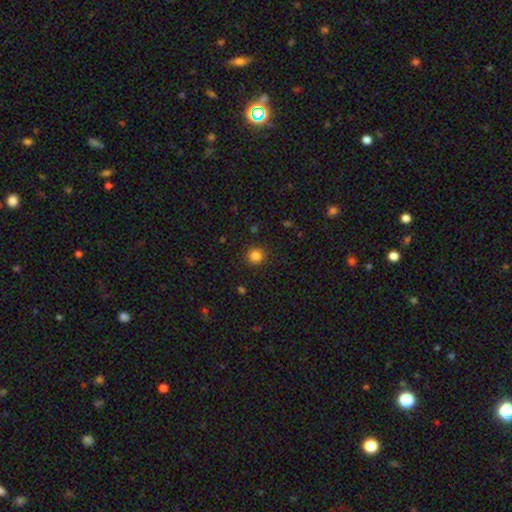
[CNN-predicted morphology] Smooth or featured?
  - smooth: 84% *
  - star or artifact: 12%
  - featured or disk: 4%
How rounded?
  - round: 90% *
  - in between: 9%
  - cigar-shaped: 1%
Merging?
  - none: 89% *
  - minor disturbance: 7%
  - major disturbance: 3%
  - merger: 1%